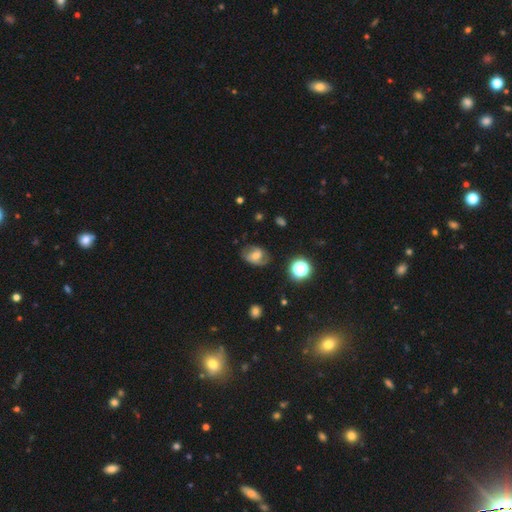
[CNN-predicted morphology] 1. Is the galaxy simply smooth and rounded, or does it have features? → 54% featured or disk, 34% smooth, 12% star or artifact.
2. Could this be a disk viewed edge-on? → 96% no, 4% yes.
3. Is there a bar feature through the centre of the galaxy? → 44% no, 41% weak, 15% strong.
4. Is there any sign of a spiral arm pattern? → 81% yes, 19% no.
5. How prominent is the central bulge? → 55% moderate, 31% small, 8% large, 4% none, 2% dominant.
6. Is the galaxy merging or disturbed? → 69% none, 20% minor disturbance, 9% major disturbance, 2% merger.